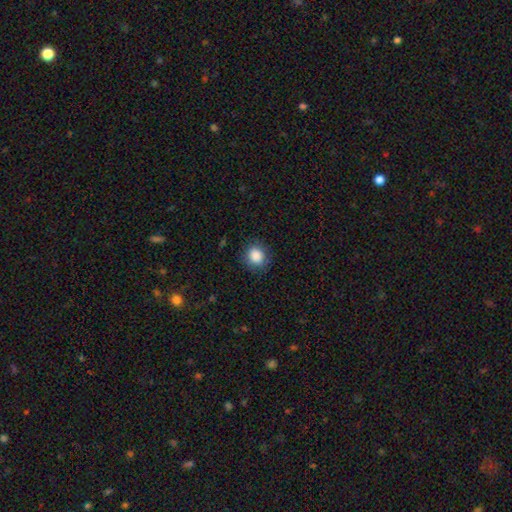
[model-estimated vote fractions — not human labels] Q: Smooth or featured?
A: smooth (87%); runner-up: star or artifact (9%)
Q: How rounded?
A: round (82%); runner-up: in between (17%)
Q: Merging?
A: none (83%); runner-up: minor disturbance (12%)